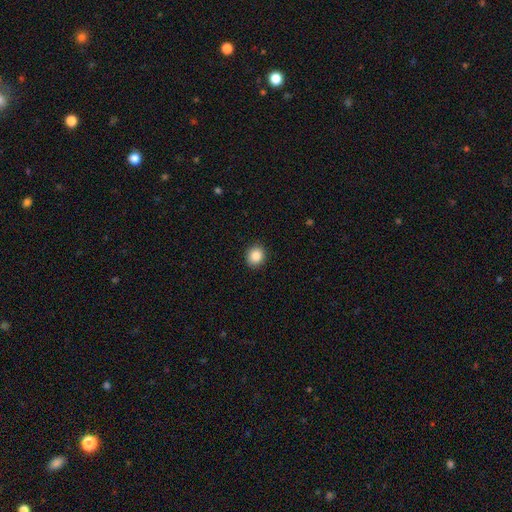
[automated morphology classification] A smooth galaxy with no disk features (87%) that is round (77%).

Vote fractions:
- Smooth or featured? smooth: 87% / star or artifact: 9% / featured or disk: 4%
- How rounded? round: 77% / in between: 23% / cigar-shaped: 1%
- Merging? none: 90% / minor disturbance: 7% / major disturbance: 2% / merger: 1%